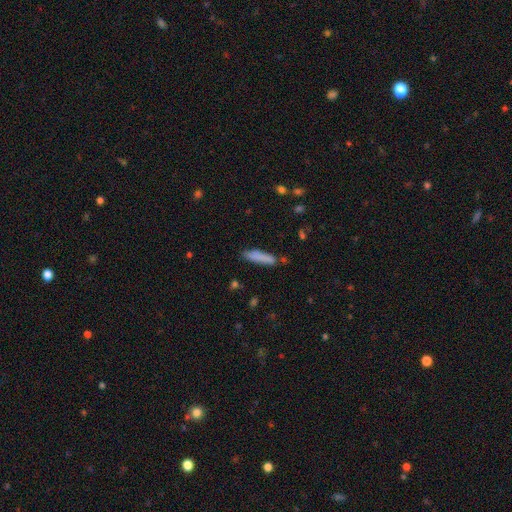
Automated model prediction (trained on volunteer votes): This is clearly a smooth galaxy (82%). How rounded: clearly cigar-shaped (82%). Merging: clearly none (80%).